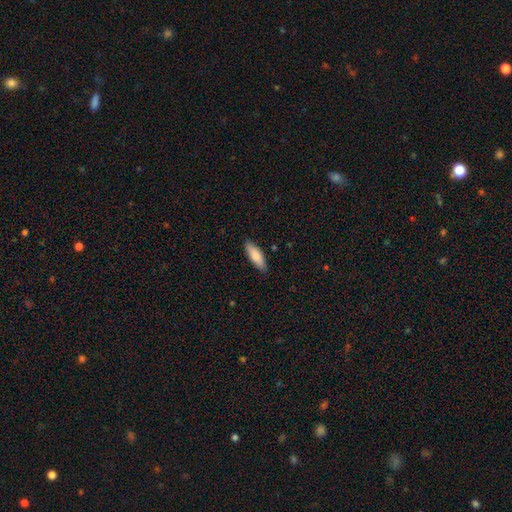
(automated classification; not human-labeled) smooth 81%, featured or disk 14%, star or artifact 6%. Down the decision tree: how rounded — in between (56%); merging — none (86%).